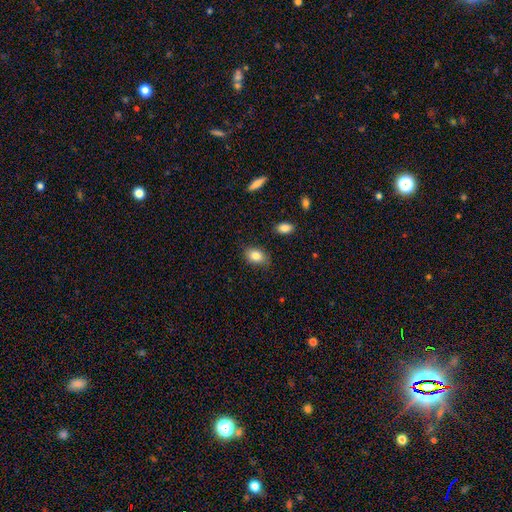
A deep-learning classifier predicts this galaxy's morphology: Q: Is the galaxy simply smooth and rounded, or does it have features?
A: smooth — 83%.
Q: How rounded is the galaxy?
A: in between — 78%.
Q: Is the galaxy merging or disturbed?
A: none — 83%.